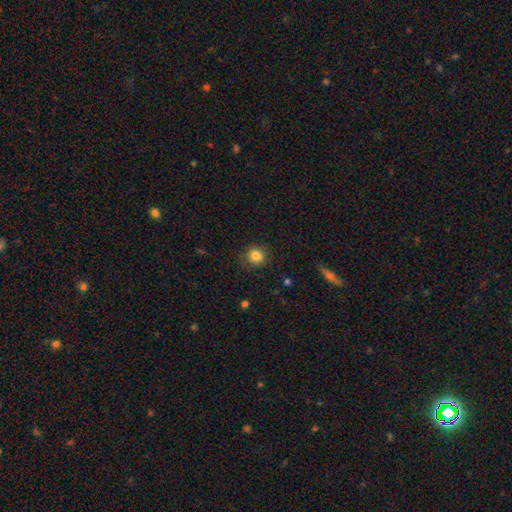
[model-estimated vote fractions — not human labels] This is clearly a smooth galaxy (84%). How rounded: clearly round (82%). Merging: clearly none (83%).